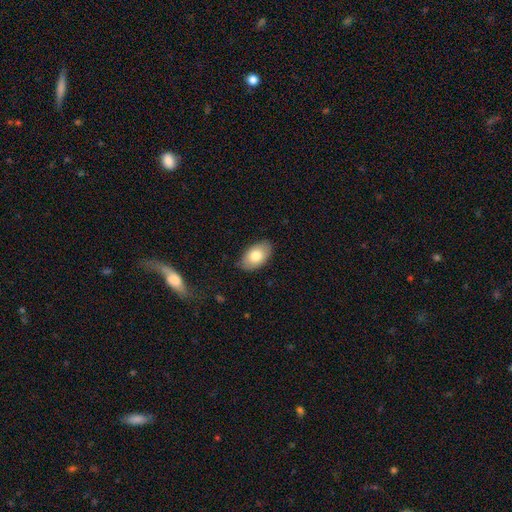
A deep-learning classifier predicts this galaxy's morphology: Smooth or featured? Predicted: smooth (p=0.79). How rounded? Predicted: in between (p=0.93). Merging? Predicted: none (p=0.84).